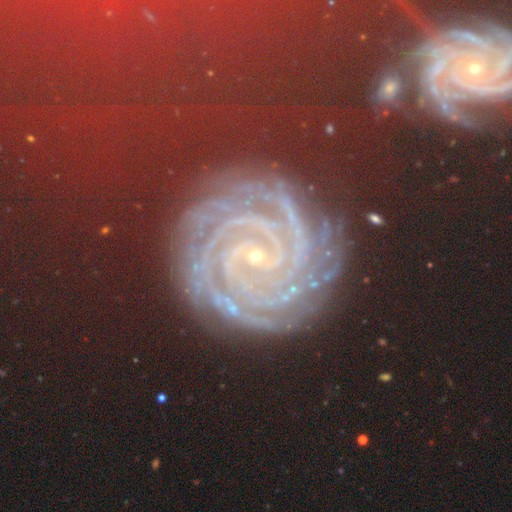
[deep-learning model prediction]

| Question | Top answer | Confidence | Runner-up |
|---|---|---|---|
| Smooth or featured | featured or disk | 59% | star or artifact (27%) |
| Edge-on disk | no | 96% | yes (4%) |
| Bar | no | 57% | weak (25%) |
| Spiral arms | yes | 94% | no (6%) |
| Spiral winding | tight | 85% | medium (10%) |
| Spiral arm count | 2 | 25% | 3 (19%) |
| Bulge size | small | 84% | moderate (10%) |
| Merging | none | 84% | minor disturbance (11%) |